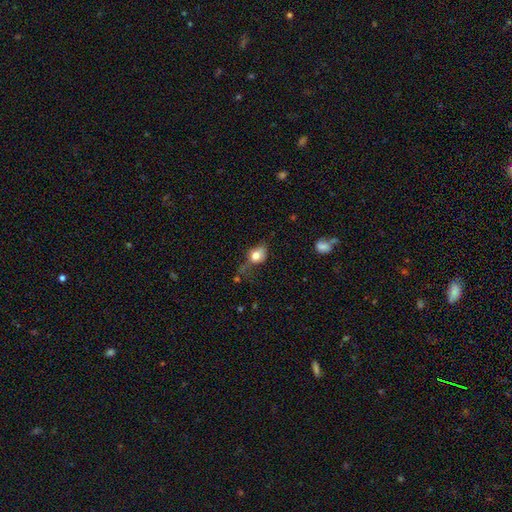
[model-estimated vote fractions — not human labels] A smooth galaxy with no disk features (72%) that is in between round and cigar-shaped (53%).

Vote fractions:
- Smooth or featured? smooth: 72% / featured or disk: 18% / star or artifact: 10%
- How rounded? in between: 53% / round: 44% / cigar-shaped: 3%
- Merging? major disturbance: 34% / none: 31% / minor disturbance: 29% / merger: 6%